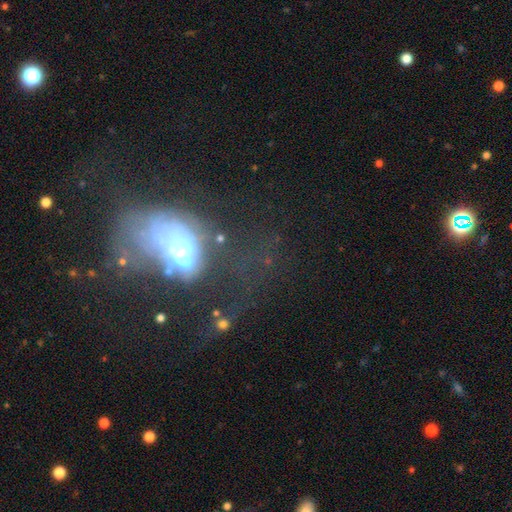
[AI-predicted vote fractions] Smooth or featured: featured or disk — 38% (smooth — 37%)
Merging: major disturbance — 53% (none — 21%)